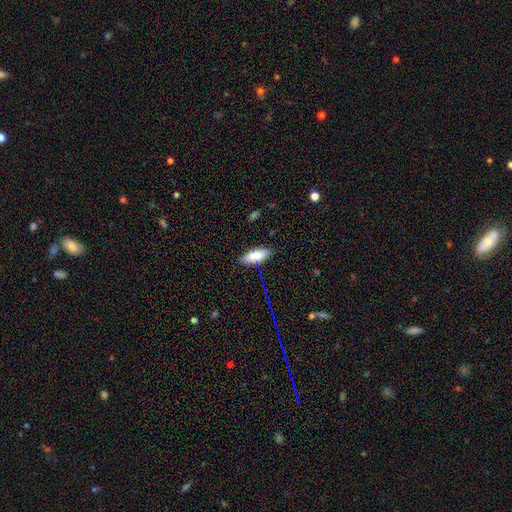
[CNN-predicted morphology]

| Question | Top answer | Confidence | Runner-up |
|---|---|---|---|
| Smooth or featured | smooth | 75% | featured or disk (18%) |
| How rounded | in between | 64% | cigar-shaped (34%) |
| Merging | none | 84% | minor disturbance (12%) |